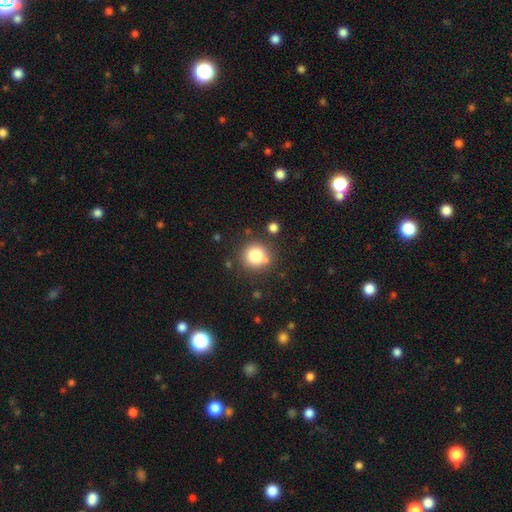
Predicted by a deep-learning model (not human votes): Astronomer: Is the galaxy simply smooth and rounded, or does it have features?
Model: smooth — 80%.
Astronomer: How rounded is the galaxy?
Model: round — 92%.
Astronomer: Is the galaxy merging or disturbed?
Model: none — 79%.